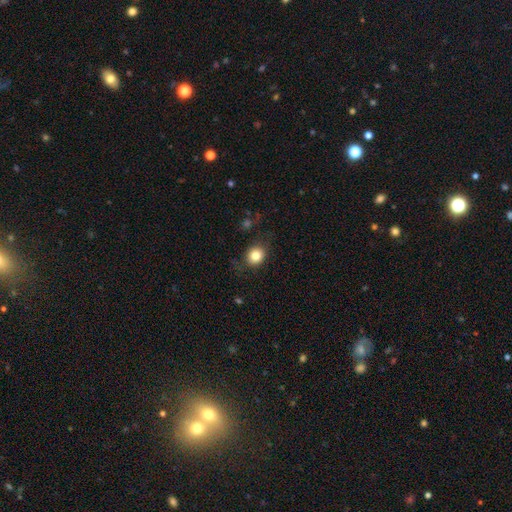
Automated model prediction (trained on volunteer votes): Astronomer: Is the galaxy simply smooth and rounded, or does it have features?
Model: smooth — 81%.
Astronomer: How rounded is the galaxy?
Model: round — 70%.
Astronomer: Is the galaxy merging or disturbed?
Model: none — 79%.